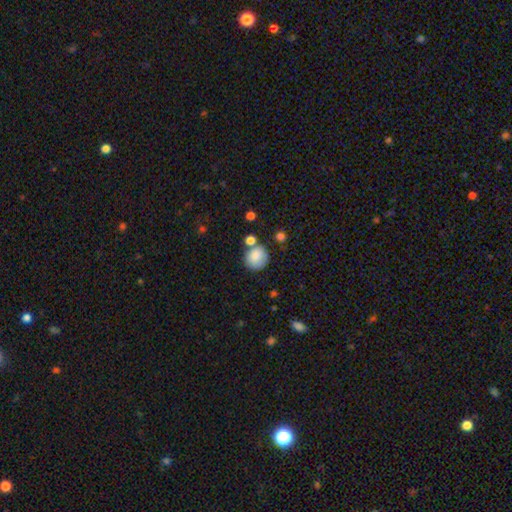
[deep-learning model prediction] This is clearly a smooth galaxy (83%). How rounded: clearly round (87%). Merging: likely none (63%).